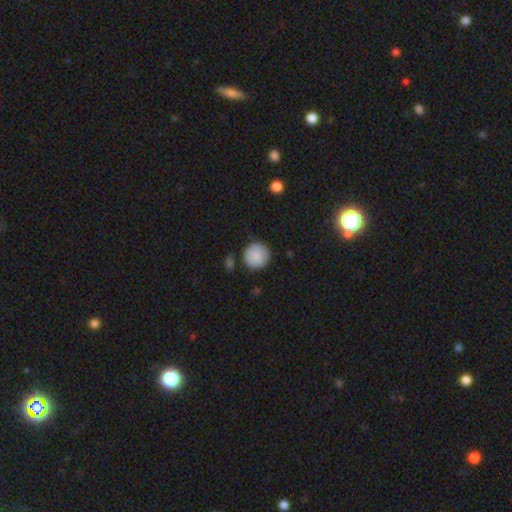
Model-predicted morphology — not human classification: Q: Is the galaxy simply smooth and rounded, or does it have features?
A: smooth — 88%.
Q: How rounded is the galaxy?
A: round — 95%.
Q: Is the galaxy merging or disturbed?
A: none — 84%.